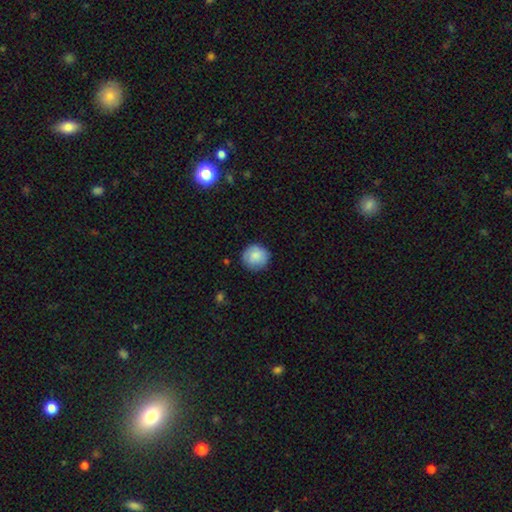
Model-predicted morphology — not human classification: Smooth or featured: smooth — 85% (featured or disk — 8%)
How rounded: round — 93% (in between — 6%)
Merging: none — 86% (minor disturbance — 11%)